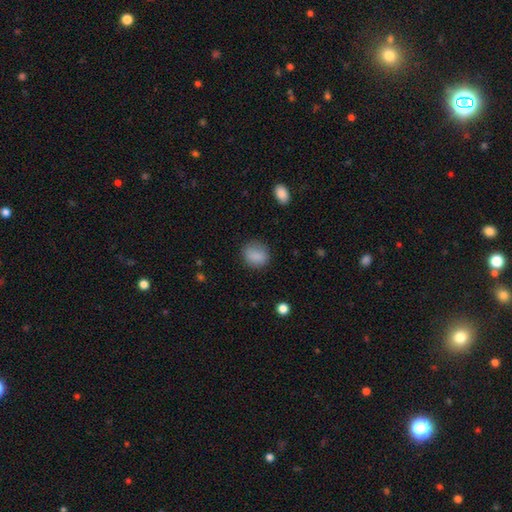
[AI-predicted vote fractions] Smooth or featured: smooth — 86% (star or artifact — 9%)
How rounded: round — 68% (in between — 31%)
Merging: none — 80% (minor disturbance — 14%)